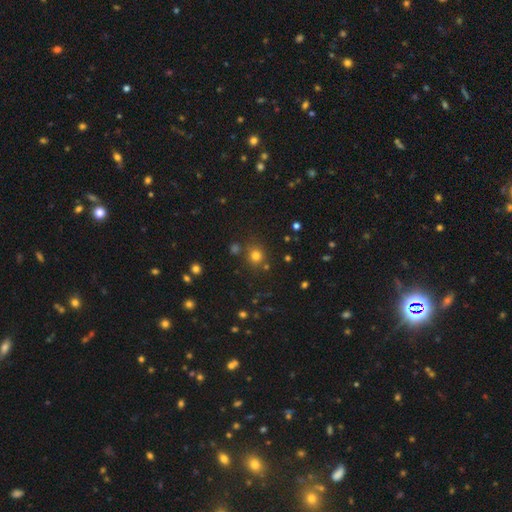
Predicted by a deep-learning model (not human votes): This appears to be a smooth galaxy with no disk features (75%) that is round (87%). Merging: none (79%).